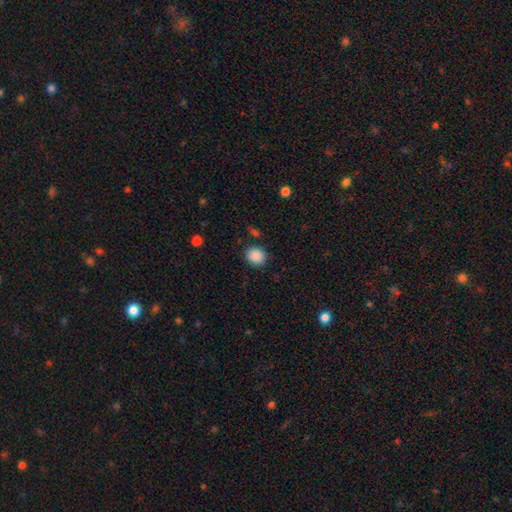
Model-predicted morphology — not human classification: Smooth or featured? Predicted: smooth (p=0.89). How rounded? Predicted: round (p=0.80). Merging? Predicted: none (p=0.86).